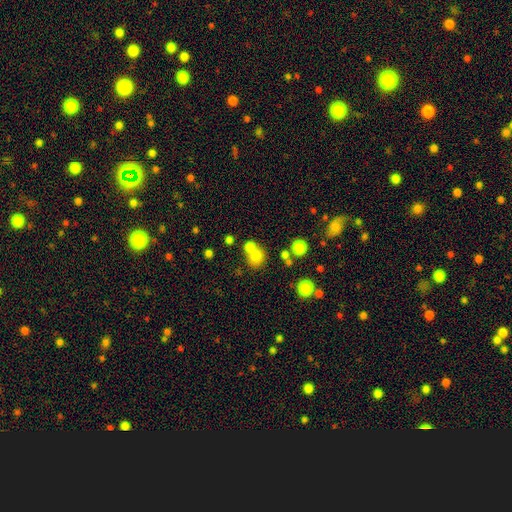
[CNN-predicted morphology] Overall: smooth (73%). How rounded: round (83%). Merging: none (49%; merger 41%).